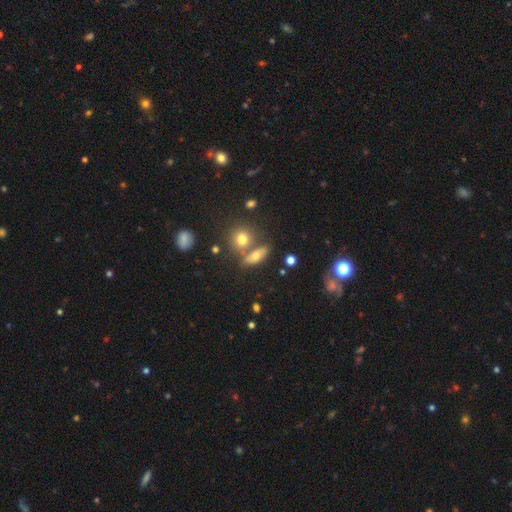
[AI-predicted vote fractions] Q: Smooth or featured?
A: smooth (64%); runner-up: featured or disk (22%)
Q: How rounded?
A: in between (64%); runner-up: cigar-shaped (20%)
Q: Merging?
A: none (58%); runner-up: merger (23%)